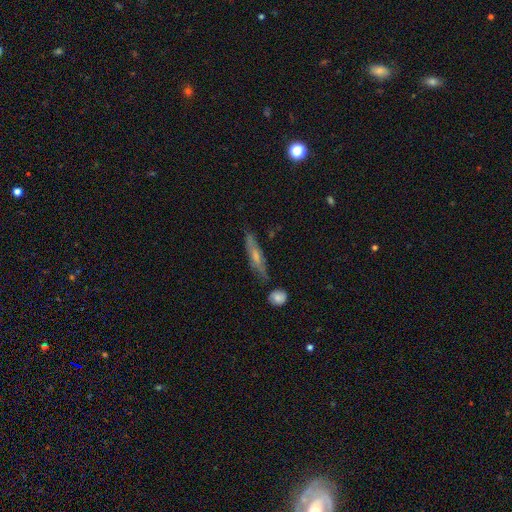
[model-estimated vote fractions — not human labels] Smooth or featured?
  - featured or disk: 49% *
  - smooth: 44%
  - star or artifact: 8%
Merging?
  - none: 74% *
  - minor disturbance: 17%
  - major disturbance: 5%
  - merger: 4%